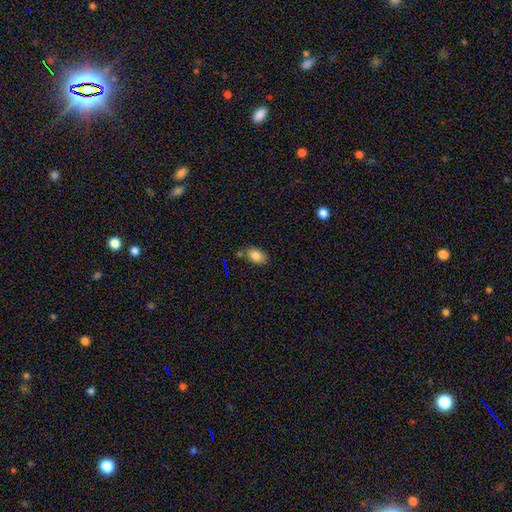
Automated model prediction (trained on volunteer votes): Q: Smooth or featured?
A: smooth (83%); runner-up: star or artifact (9%)
Q: How rounded?
A: in between (84%); runner-up: round (14%)
Q: Merging?
A: none (65%); runner-up: minor disturbance (18%)